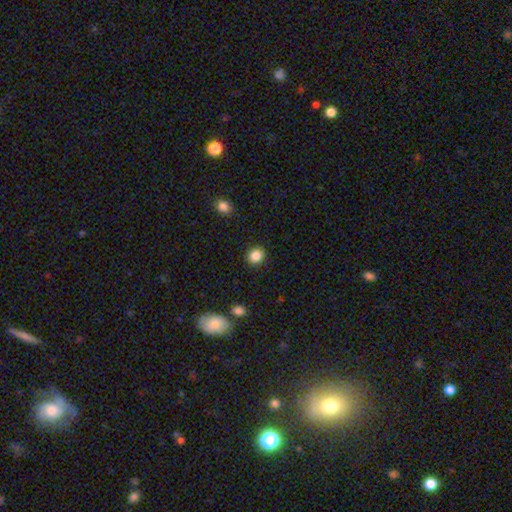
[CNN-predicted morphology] A smooth galaxy with no disk features (86%) that is round (79%).

Vote fractions:
- Smooth or featured? smooth: 86% / star or artifact: 10% / featured or disk: 4%
- How rounded? round: 79% / in between: 20% / cigar-shaped: 1%
- Merging? none: 91% / minor disturbance: 6% / major disturbance: 2% / merger: 1%